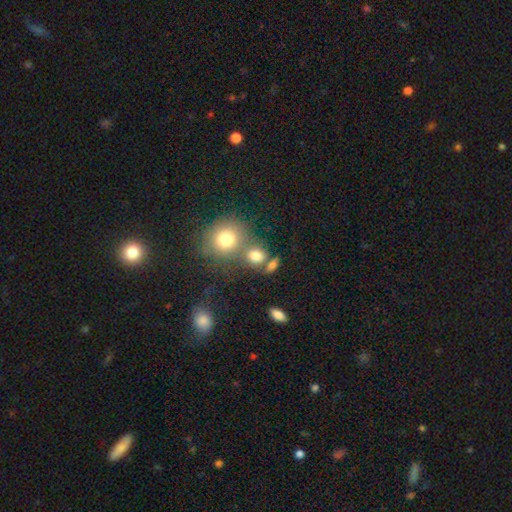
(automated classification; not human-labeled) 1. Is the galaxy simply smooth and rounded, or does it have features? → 77% smooth, 13% star or artifact, 10% featured or disk.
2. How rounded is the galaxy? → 64% round, 34% in between, 2% cigar-shaped.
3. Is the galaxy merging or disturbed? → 49% none, 34% merger, 11% minor disturbance, 6% major disturbance.